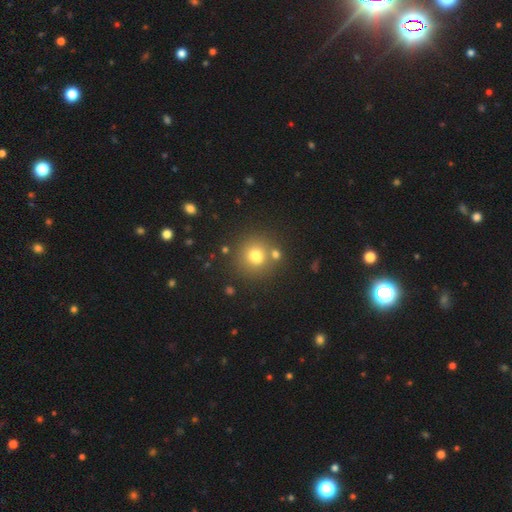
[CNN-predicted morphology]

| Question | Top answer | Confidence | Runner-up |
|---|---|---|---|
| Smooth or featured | smooth | 75% | star or artifact (14%) |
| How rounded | round | 88% | in between (11%) |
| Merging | none | 72% | merger (15%) |